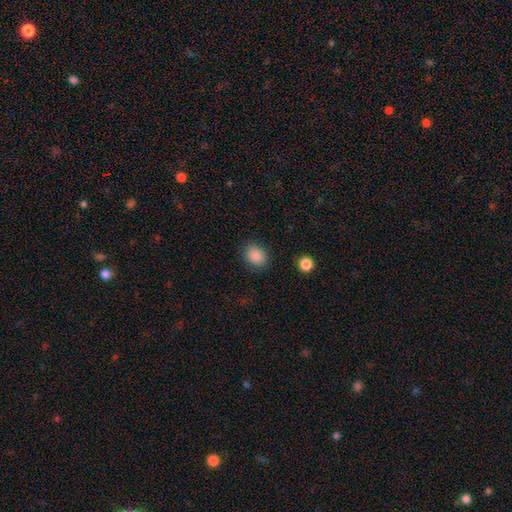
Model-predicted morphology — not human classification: Q: Smooth or featured?
A: smooth (88%); runner-up: star or artifact (9%)
Q: How rounded?
A: in between (53%); runner-up: round (46%)
Q: Merging?
A: none (85%); runner-up: minor disturbance (11%)